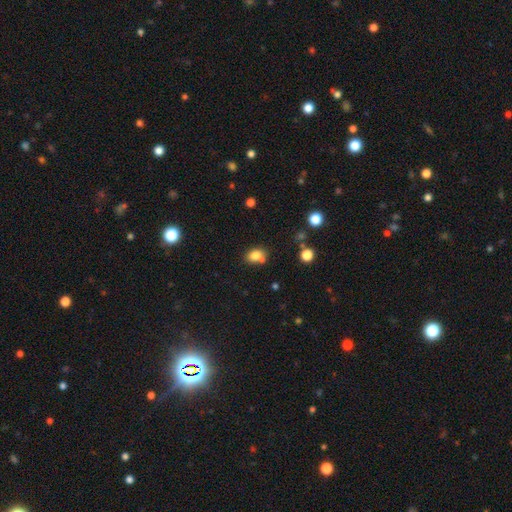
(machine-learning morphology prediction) This appears to be a smooth galaxy with no disk features (80%) that is in between round and cigar-shaped (68%). Merging: none (59%).